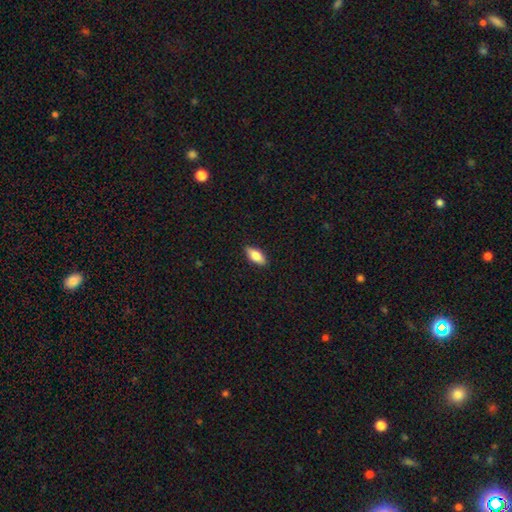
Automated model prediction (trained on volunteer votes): Q: Smooth or featured?
A: smooth (76%); runner-up: featured or disk (17%)
Q: How rounded?
A: in between (82%); runner-up: cigar-shaped (15%)
Q: Merging?
A: none (89%); runner-up: minor disturbance (8%)